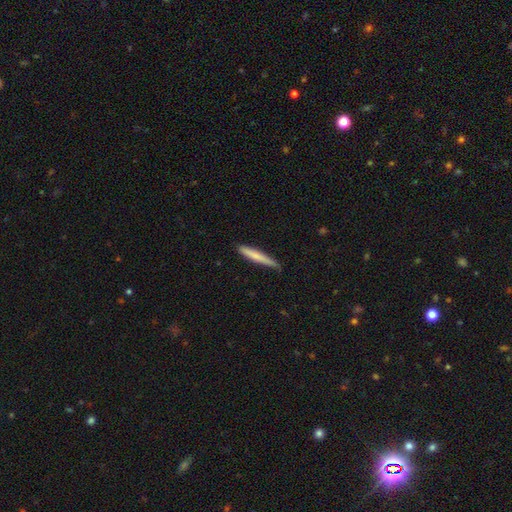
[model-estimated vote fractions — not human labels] smooth-or-featured: smooth: 71% | featured or disk: 24% | star or artifact: 5%
  how-rounded: cigar-shaped: 96% | in between: 3% | round: 1%
  merging: none: 82% | minor disturbance: 15% | major disturbance: 2% | merger: 1%